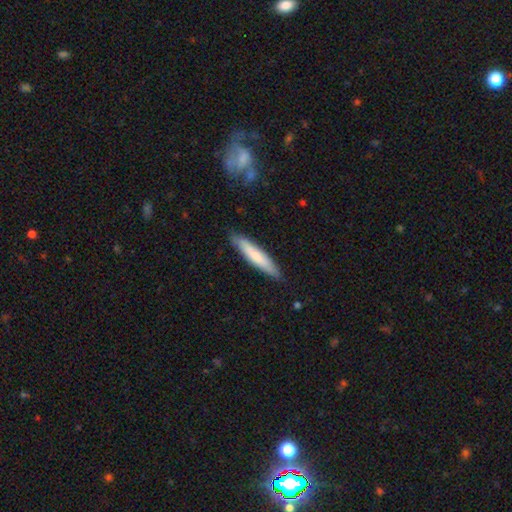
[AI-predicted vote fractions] Smooth or featured?
  - smooth: 71% *
  - featured or disk: 23%
  - star or artifact: 5%
How rounded?
  - cigar-shaped: 88% *
  - in between: 11%
  - round: 1%
Merging?
  - none: 87% *
  - minor disturbance: 10%
  - major disturbance: 2%
  - merger: 1%